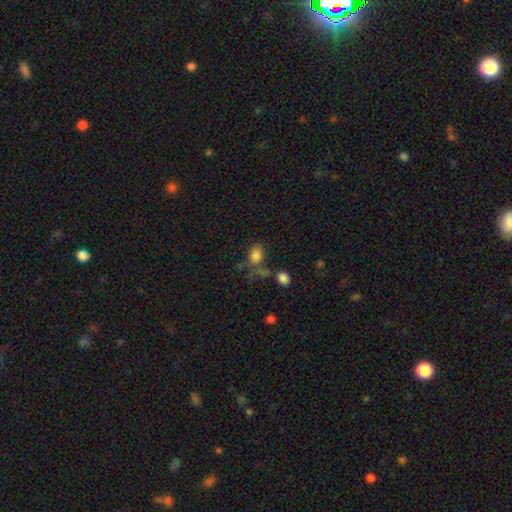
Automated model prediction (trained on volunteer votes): This is clearly a smooth galaxy (81%). How rounded: likely in between (73%). Merging: possibly none (48%).